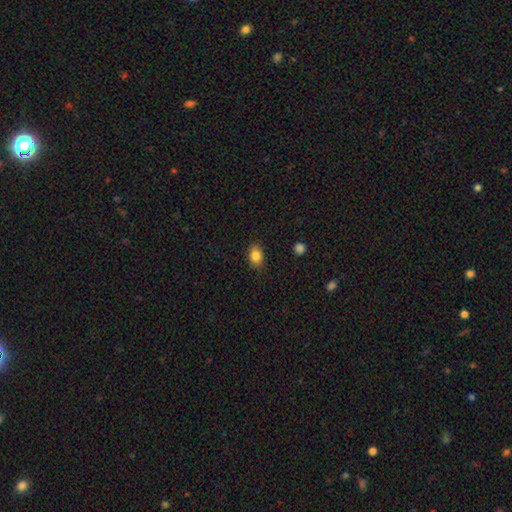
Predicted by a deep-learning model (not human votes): Overall: smooth (85%). How rounded: in between (77%). Merging: none (84%).